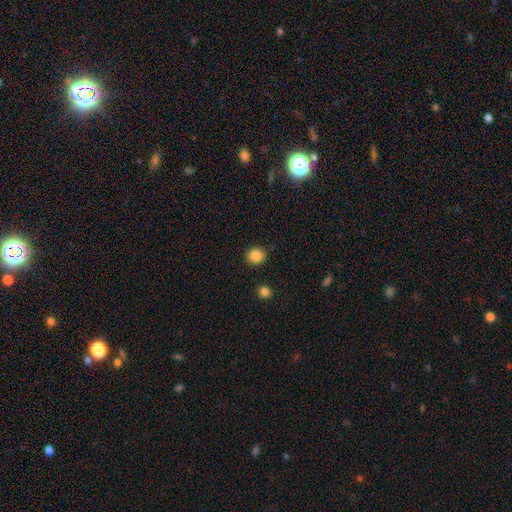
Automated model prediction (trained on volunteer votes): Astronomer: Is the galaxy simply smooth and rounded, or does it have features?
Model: smooth — 87%.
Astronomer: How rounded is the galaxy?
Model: round — 85%.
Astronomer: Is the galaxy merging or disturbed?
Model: none — 89%.